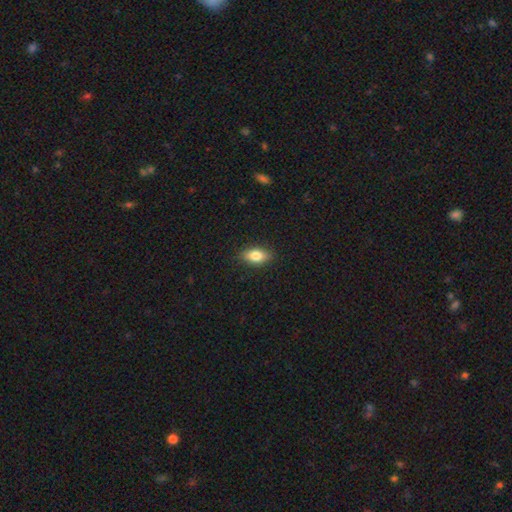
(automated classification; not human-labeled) Overall: smooth (80%). How rounded: in between (85%). Merging: none (88%).